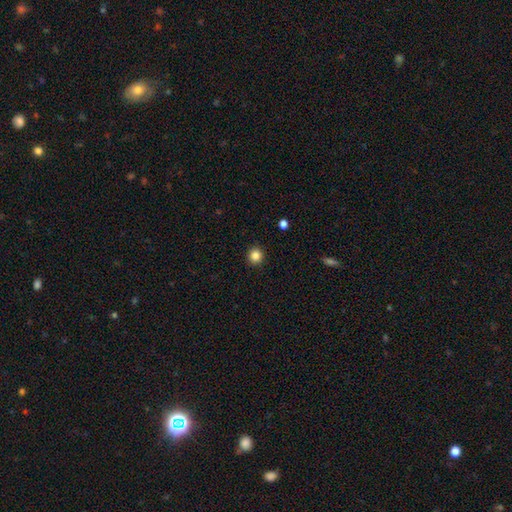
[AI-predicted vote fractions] Smooth or featured? smooth (85%)
How rounded? round (93%)
Merging? none (93%)